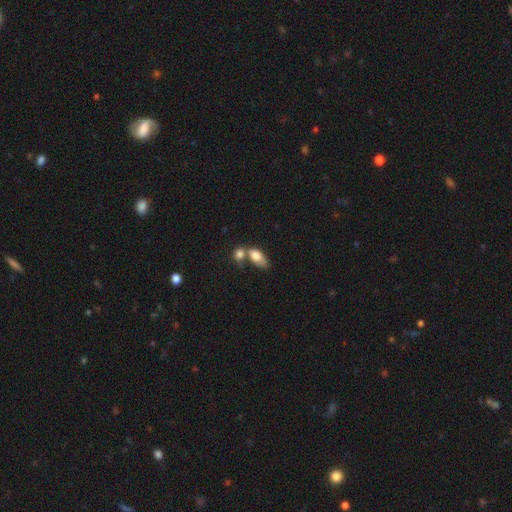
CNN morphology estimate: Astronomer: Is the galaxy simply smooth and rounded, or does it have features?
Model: smooth — 78%.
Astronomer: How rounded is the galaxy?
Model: in between — 87%.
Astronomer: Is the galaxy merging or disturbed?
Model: merger — 60%.